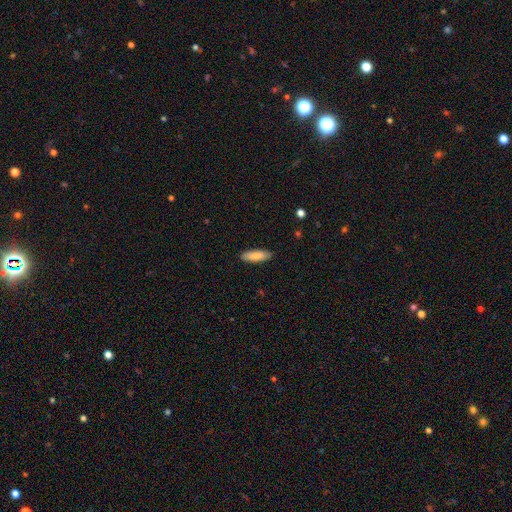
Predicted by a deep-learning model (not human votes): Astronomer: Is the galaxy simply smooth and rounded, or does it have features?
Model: smooth — 85%.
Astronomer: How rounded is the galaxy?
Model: cigar-shaped — 49%, tied with in between at 49%.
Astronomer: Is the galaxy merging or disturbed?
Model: none — 87%.